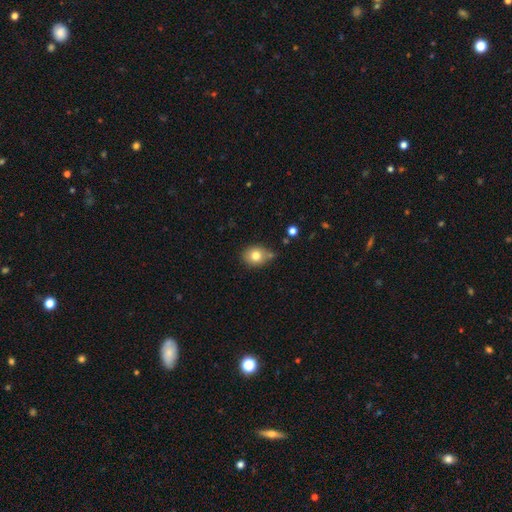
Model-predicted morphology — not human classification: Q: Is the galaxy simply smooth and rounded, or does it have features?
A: smooth — 79%.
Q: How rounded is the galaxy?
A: round — 57%.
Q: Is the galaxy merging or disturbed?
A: none — 67%.